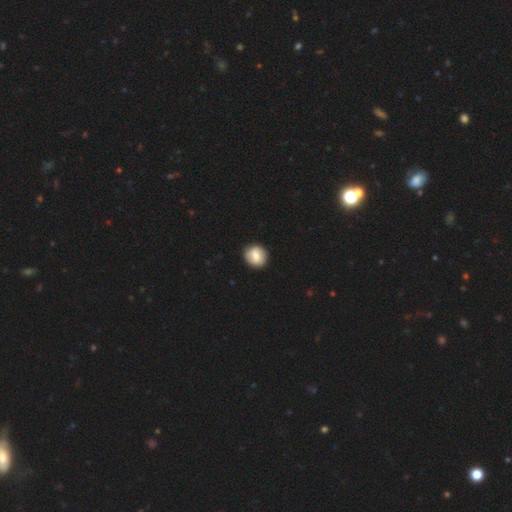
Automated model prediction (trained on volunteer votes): A smooth galaxy with no disk features (70%) that is round (85%).

Vote fractions:
- Smooth or featured? smooth: 70% / featured or disk: 23% / star or artifact: 7%
- How rounded? round: 85% / in between: 14% / cigar-shaped: 1%
- Merging? none: 89% / minor disturbance: 8% / major disturbance: 2% / merger: 1%